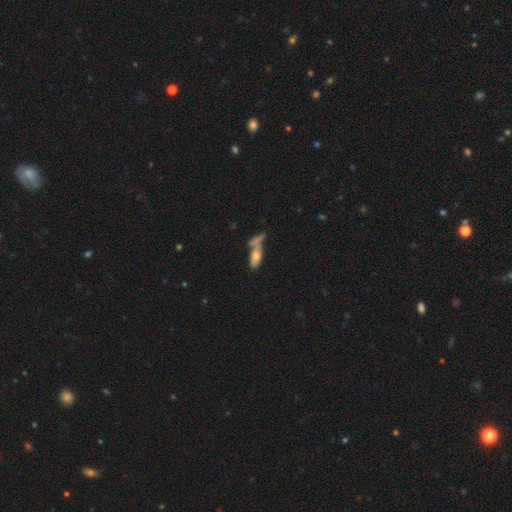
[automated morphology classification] smooth_or_featured: smooth (p=0.54) [alt: featured or disk p=0.34]
how_rounded: in between (p=0.63) [alt: cigar-shaped p=0.30]
merging: merger (p=0.42) [alt: none p=0.24]